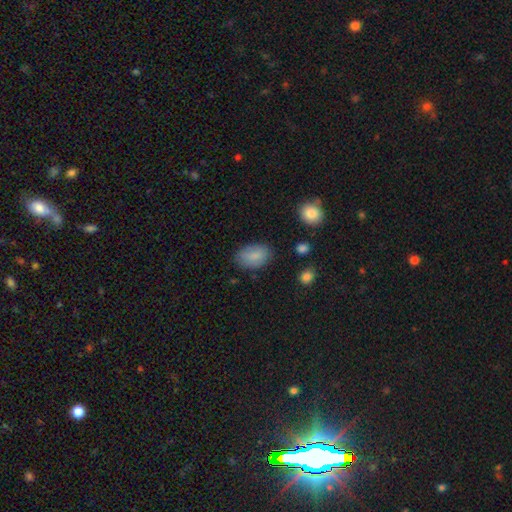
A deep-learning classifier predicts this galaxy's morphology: Overall: smooth (84%). How rounded: in between (88%). Merging: none (77%).